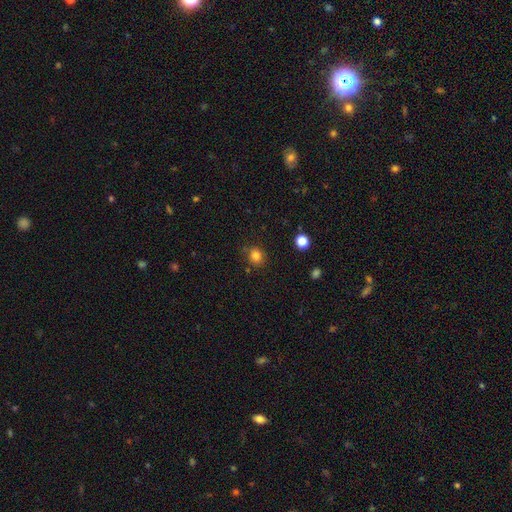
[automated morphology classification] smooth_or_featured: smooth (p=0.82) [alt: star or artifact p=0.13]
how_rounded: round (p=0.79) [alt: in between p=0.20]
merging: none (p=0.79) [alt: minor disturbance p=0.15]